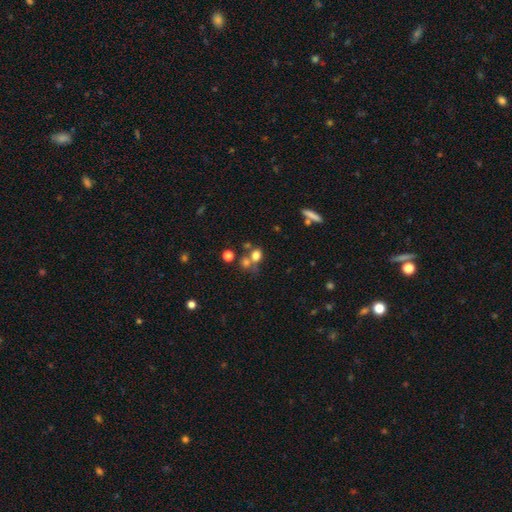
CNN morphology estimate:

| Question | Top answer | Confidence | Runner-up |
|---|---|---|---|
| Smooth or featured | smooth | 73% | star or artifact (16%) |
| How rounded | round | 63% | in between (35%) |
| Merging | none | 43% | merger (40%) |